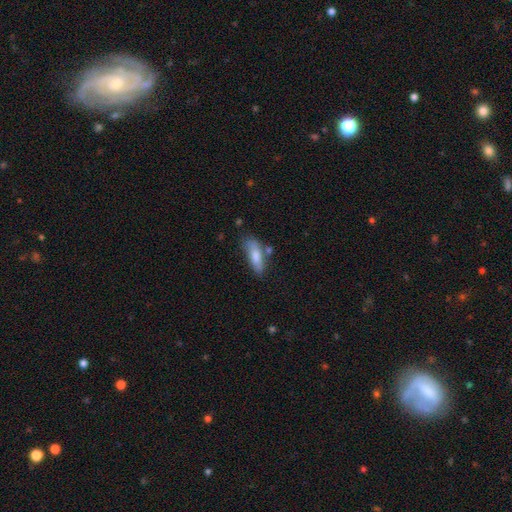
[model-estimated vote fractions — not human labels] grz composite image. It shows a smooth galaxy with no disk features (78%) that is in between round and cigar-shaped (59%). Merging: none (60%).